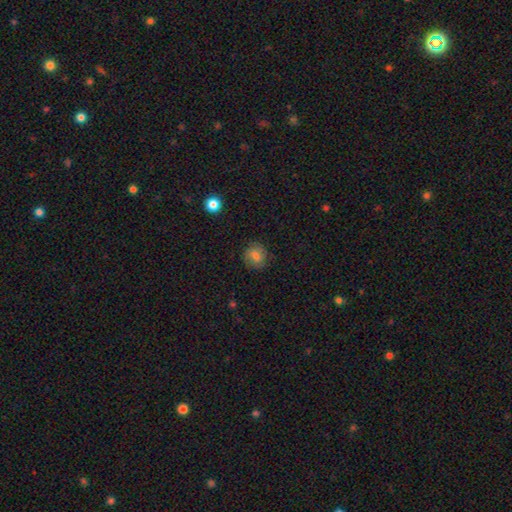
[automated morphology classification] smooth_or_featured: smooth (p=0.75) [alt: featured or disk p=0.14]
how_rounded: round (p=0.83) [alt: in between p=0.16]
merging: none (p=0.82) [alt: minor disturbance p=0.13]